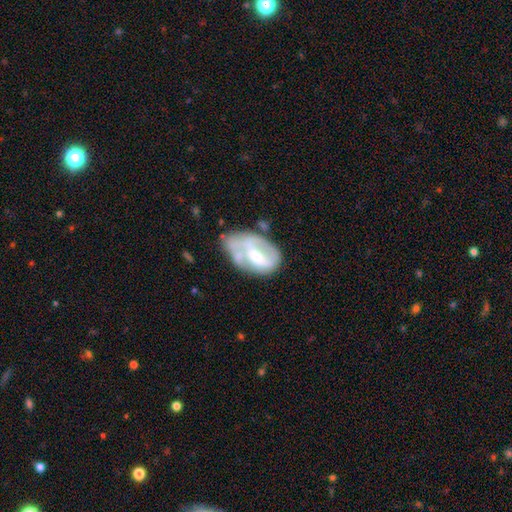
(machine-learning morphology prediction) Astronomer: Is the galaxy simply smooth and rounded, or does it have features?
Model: featured or disk — 61%.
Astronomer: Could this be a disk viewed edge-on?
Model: no — 96%.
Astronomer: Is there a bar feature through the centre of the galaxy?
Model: no — 46% (runner-up: weak, 39%).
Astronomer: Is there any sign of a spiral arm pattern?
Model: no — 51% (runner-up: yes, 49%).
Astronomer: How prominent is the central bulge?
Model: small — 47% (runner-up: moderate, 41%).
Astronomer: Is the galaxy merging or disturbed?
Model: none — 35% (runner-up: minor disturbance, 30%).